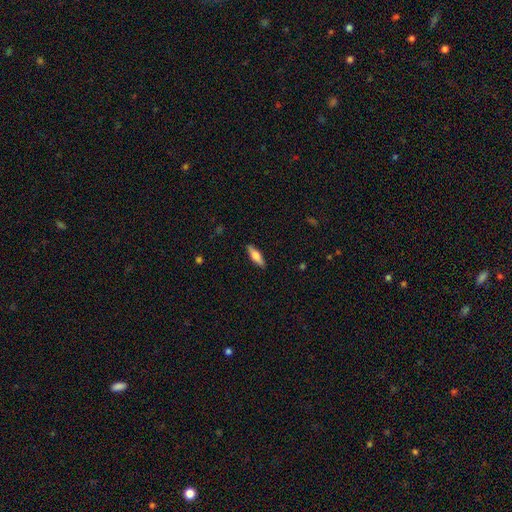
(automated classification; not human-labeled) Overall: smooth (66%; featured or disk 28%). How rounded: cigar-shaped (56%; in between 42%). Merging: none (89%).